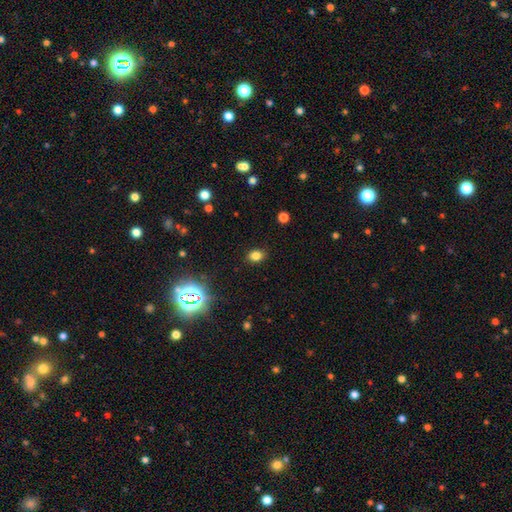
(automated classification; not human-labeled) Smooth or featured?
  - smooth: 78% *
  - star or artifact: 16%
  - featured or disk: 6%
How rounded?
  - in between: 65% *
  - round: 34%
  - cigar-shaped: 1%
Merging?
  - none: 87% *
  - minor disturbance: 9%
  - major disturbance: 3%
  - merger: 1%